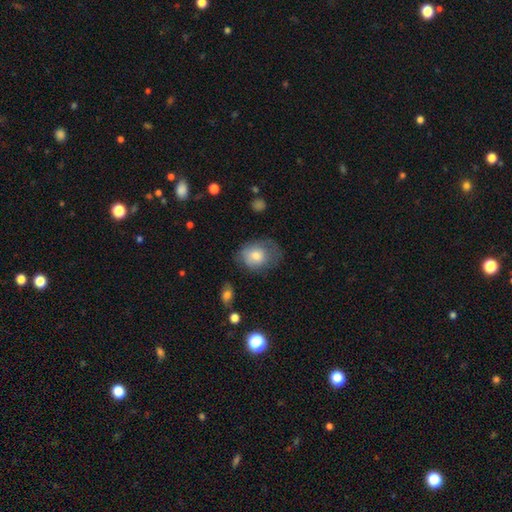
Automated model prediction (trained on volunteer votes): This is likely a smooth galaxy (69%). How rounded: possibly in between (55%). Merging: possibly none (54%).